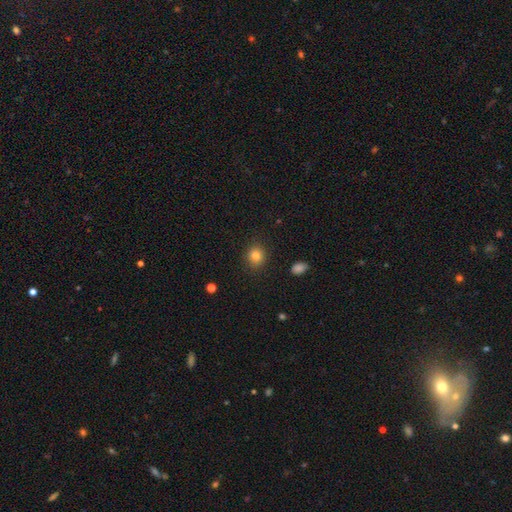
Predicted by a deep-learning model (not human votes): Smooth or featured?
  - smooth: 81% *
  - star or artifact: 12%
  - featured or disk: 7%
How rounded?
  - round: 78% *
  - in between: 21%
  - cigar-shaped: 1%
Merging?
  - none: 89% *
  - minor disturbance: 7%
  - major disturbance: 2%
  - merger: 1%